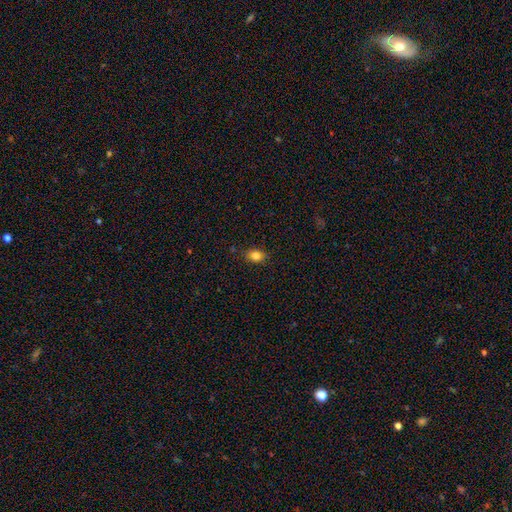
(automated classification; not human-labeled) Overall: smooth (83%). How rounded: in between (71%). Merging: none (85%).